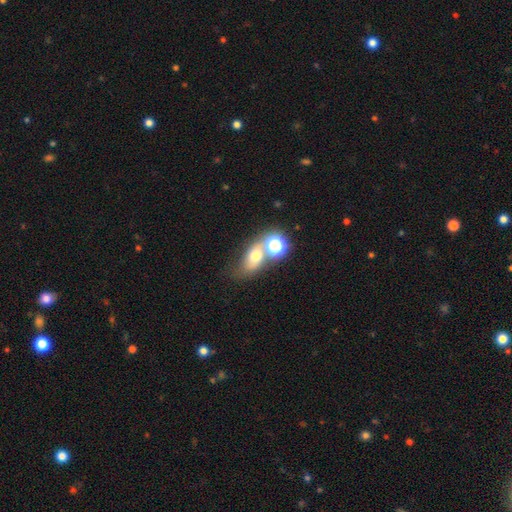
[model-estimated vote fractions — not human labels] Morphology: type=smooth (59%); roundness=in between (64%); merging=none (41%).